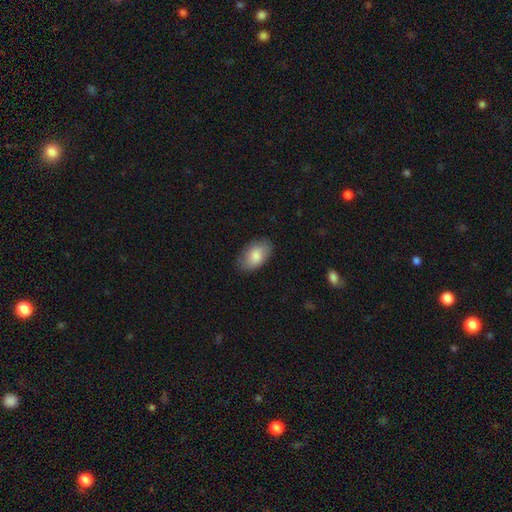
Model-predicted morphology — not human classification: smooth_or_featured: smooth (p=0.83) [alt: featured or disk p=0.11]
how_rounded: in between (p=0.93) [alt: round p=0.06]
merging: none (p=0.81) [alt: minor disturbance p=0.15]